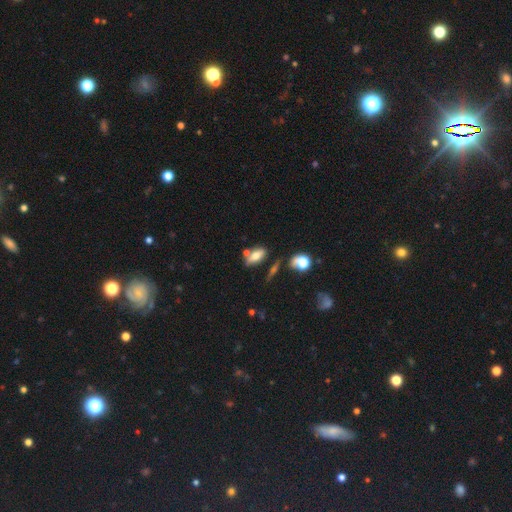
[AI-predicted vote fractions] Smooth or featured? Predicted: smooth (p=0.66). How rounded? Predicted: in between (p=0.79). Merging? Predicted: none (p=0.58).